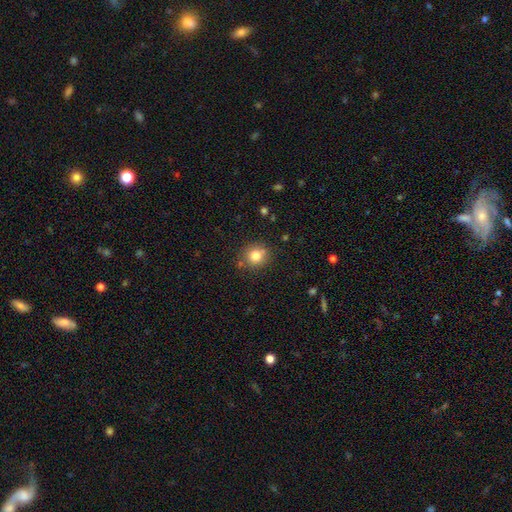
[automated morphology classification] Smooth or featured? smooth (81%)
How rounded? round (85%)
Merging? none (80%)